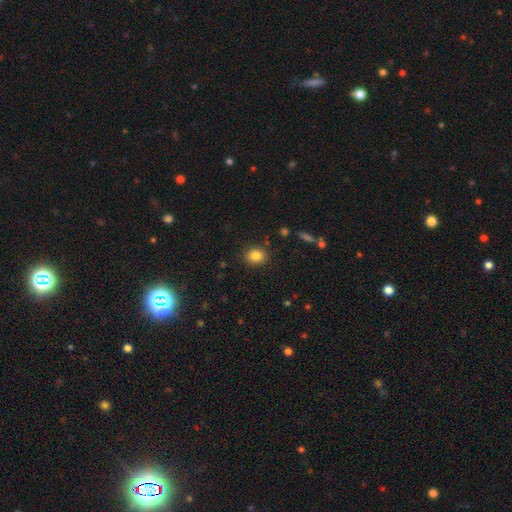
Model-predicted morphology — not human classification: smooth-or-featured: smooth: 85% | star or artifact: 10% | featured or disk: 5%
  how-rounded: round: 65% | in between: 34% | cigar-shaped: 1%
  merging: none: 88% | minor disturbance: 8% | major disturbance: 3% | merger: 2%